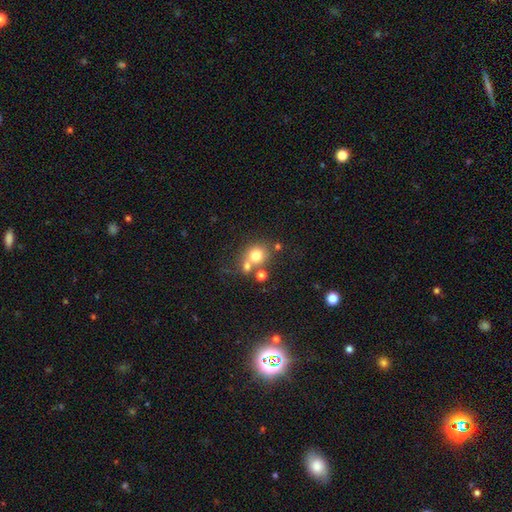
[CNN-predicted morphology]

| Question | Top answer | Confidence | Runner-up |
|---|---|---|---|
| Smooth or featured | smooth | 74% | star or artifact (13%) |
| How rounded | round | 81% | in between (18%) |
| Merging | none | 52% | merger (33%) |